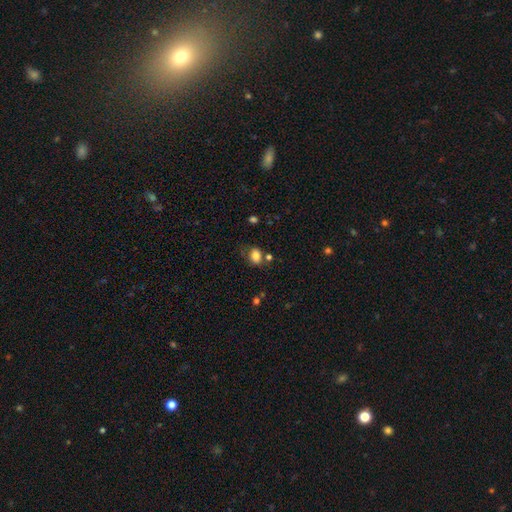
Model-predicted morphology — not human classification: type=smooth (81%); roundness=in between (69%); merging=none (57%).